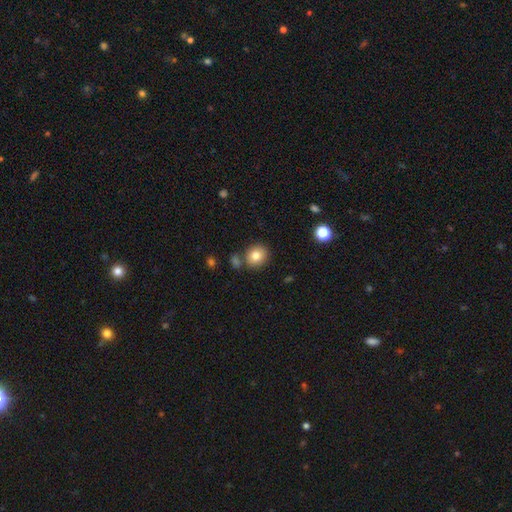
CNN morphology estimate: Smooth or featured?
  - smooth: 81% *
  - star or artifact: 10%
  - featured or disk: 9%
How rounded?
  - round: 77% *
  - in between: 22%
  - cigar-shaped: 1%
Merging?
  - none: 76% *
  - merger: 11%
  - minor disturbance: 11%
  - major disturbance: 3%